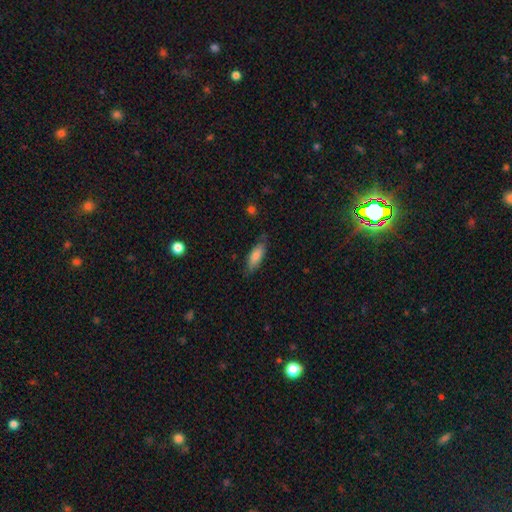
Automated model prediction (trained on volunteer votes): A smooth galaxy with no disk features (79%) that is in between round and cigar-shaped (65%).

Vote fractions:
- Smooth or featured? smooth: 79% / featured or disk: 15% / star or artifact: 6%
- How rounded? in between: 65% / cigar-shaped: 33% / round: 2%
- Merging? none: 76% / minor disturbance: 19% / major disturbance: 4% / merger: 2%